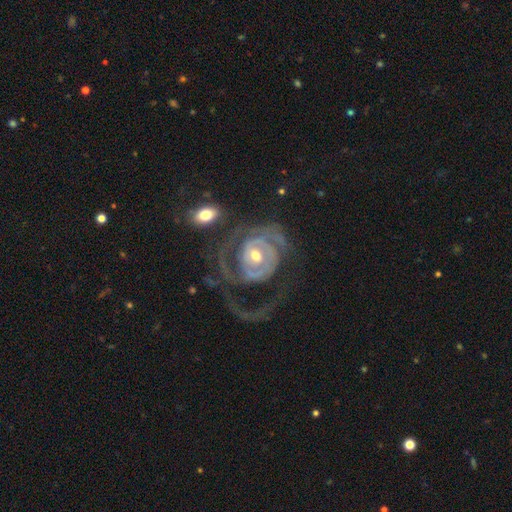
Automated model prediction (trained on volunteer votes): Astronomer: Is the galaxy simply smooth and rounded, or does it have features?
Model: featured or disk — 87%.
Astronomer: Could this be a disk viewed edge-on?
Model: no — 97%.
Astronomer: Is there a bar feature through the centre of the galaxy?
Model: no — 61%.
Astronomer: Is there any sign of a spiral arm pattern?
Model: yes — 88%.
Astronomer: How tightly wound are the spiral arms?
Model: tight — 53% (runner-up: medium, 30%).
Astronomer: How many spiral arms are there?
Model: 2 — 37% (runner-up: can't tell, 26%).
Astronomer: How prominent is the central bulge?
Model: moderate — 59% (runner-up: small, 35%).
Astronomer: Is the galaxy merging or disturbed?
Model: major disturbance — 46% (runner-up: none, 33%).